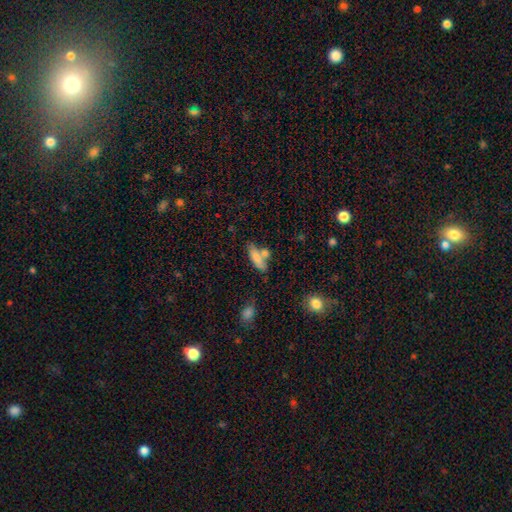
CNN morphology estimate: Smooth or featured?
  - smooth: 74% *
  - featured or disk: 18%
  - star or artifact: 8%
How rounded?
  - in between: 49% *
  - cigar-shaped: 48%
  - round: 3%
Merging?
  - none: 53% *
  - merger: 26%
  - minor disturbance: 15%
  - major disturbance: 5%